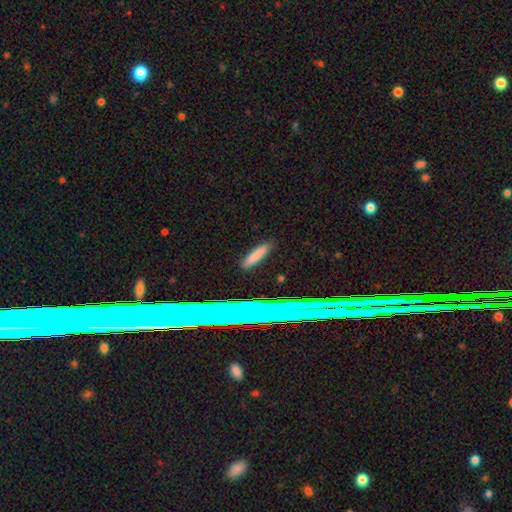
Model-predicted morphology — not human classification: A smooth galaxy with no disk features (79%) that is cigar-shaped (79%).

Vote fractions:
- Smooth or featured? smooth: 79% / featured or disk: 12% / star or artifact: 9%
- How rounded? cigar-shaped: 79% / in between: 19% / round: 2%
- Merging? none: 88% / minor disturbance: 9% / major disturbance: 2% / merger: 2%